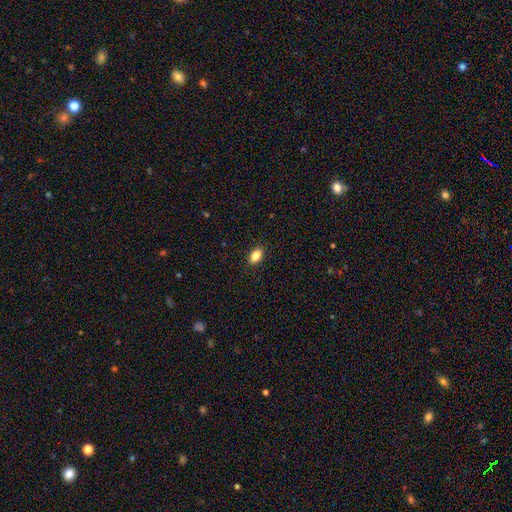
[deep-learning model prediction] This is clearly a smooth galaxy (86%). How rounded: clearly in between (88%). Merging: clearly none (89%).